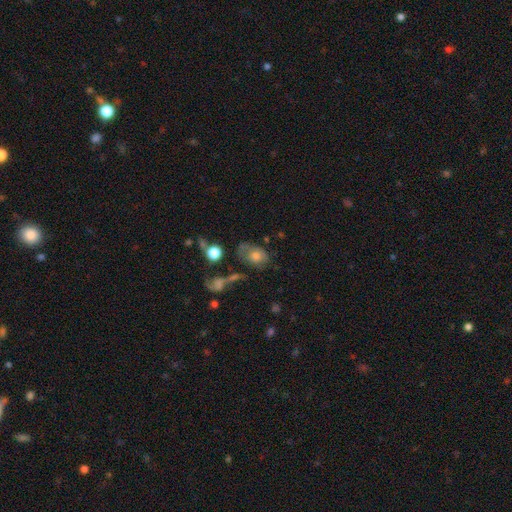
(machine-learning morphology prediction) This appears to be a smooth galaxy with no disk features (61%) that is in between round and cigar-shaped (70%). Merging: none (45%).